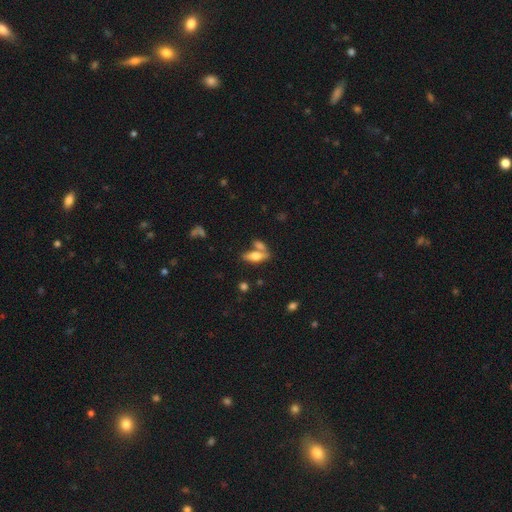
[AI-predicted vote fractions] Smooth or featured?
  - smooth: 59% *
  - featured or disk: 33%
  - star or artifact: 9%
How rounded?
  - in between: 62% *
  - cigar-shaped: 34%
  - round: 4%
Merging?
  - none: 54% *
  - merger: 29%
  - minor disturbance: 12%
  - major disturbance: 5%